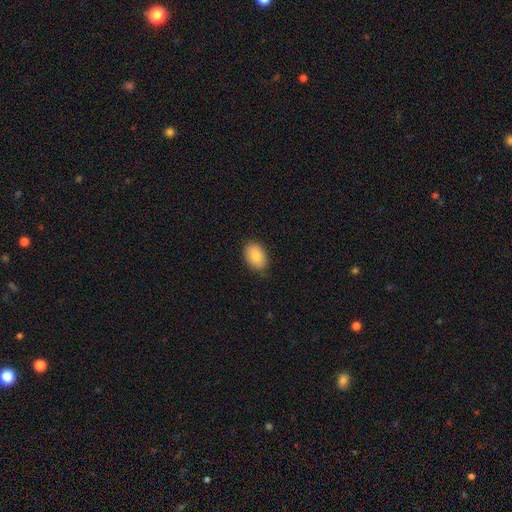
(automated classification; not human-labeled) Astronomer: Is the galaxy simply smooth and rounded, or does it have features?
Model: smooth — 85%.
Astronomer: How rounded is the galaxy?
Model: in between — 87%.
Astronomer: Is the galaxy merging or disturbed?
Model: none — 81%.